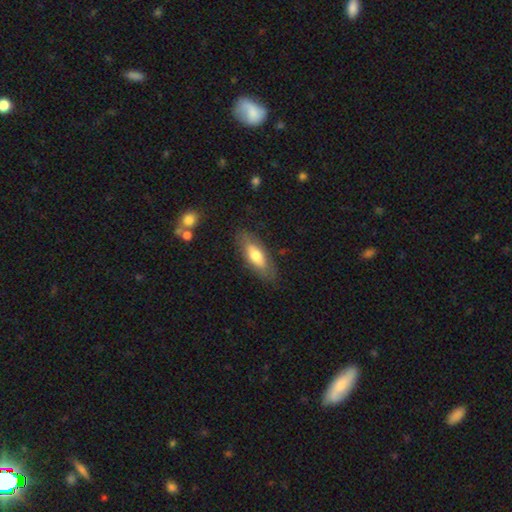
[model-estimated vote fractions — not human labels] A smooth galaxy with no disk features (65%) that is in between round and cigar-shaped (72%).

Vote fractions:
- Smooth or featured? smooth: 65% / featured or disk: 29% / star or artifact: 6%
- How rounded? in between: 72% / cigar-shaped: 26% / round: 2%
- Merging? none: 82% / minor disturbance: 13% / major disturbance: 4% / merger: 2%